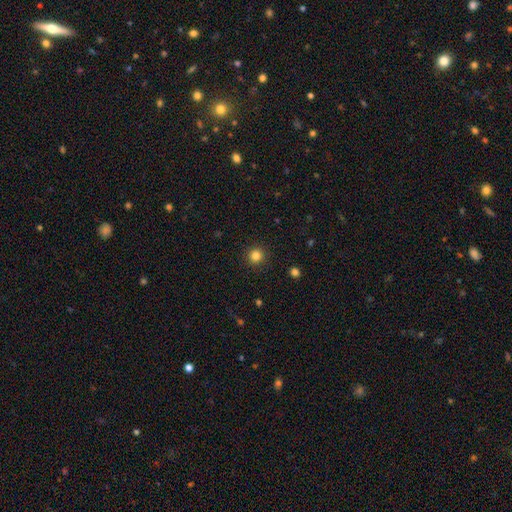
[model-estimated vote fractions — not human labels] This appears to be a smooth galaxy with no disk features (83%) that is round (94%). Merging: none (92%).